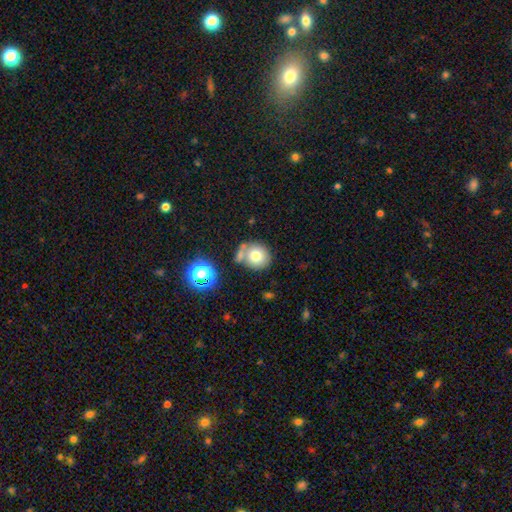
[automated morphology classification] smooth-or-featured: smooth: 74% | featured or disk: 14% | star or artifact: 12%
  how-rounded: round: 83% | in between: 16% | cigar-shaped: 1%
  merging: none: 57% | merger: 24% | minor disturbance: 14% | major disturbance: 5%